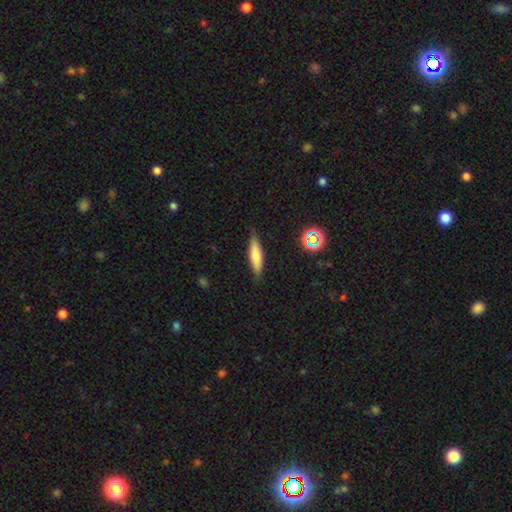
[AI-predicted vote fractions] Morphology: type=smooth (70%); roundness=cigar-shaped (75%); merging=none (83%).